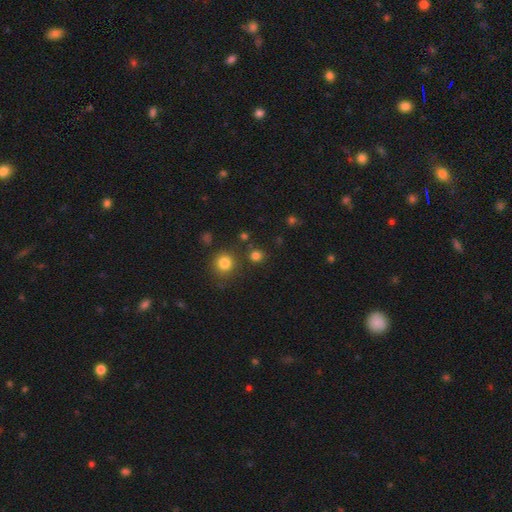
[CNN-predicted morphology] smooth 78%, star or artifact 17%, featured or disk 5%. Down the decision tree: how rounded — round (90%); merging — none (82%).